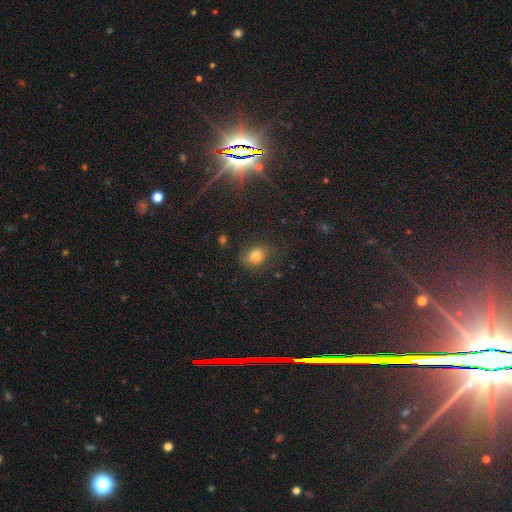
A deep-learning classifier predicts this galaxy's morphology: Smooth or featured?
  - smooth: 73% *
  - star or artifact: 18%
  - featured or disk: 9%
How rounded?
  - round: 52% *
  - in between: 47%
  - cigar-shaped: 1%
Merging?
  - none: 72% *
  - minor disturbance: 19%
  - major disturbance: 7%
  - merger: 2%